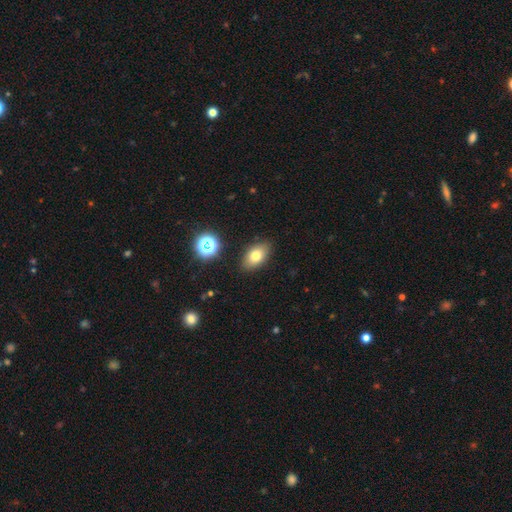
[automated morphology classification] Smooth or featured? Predicted: smooth (p=0.76). How rounded? Predicted: in between (p=0.88). Merging? Predicted: none (p=0.86).